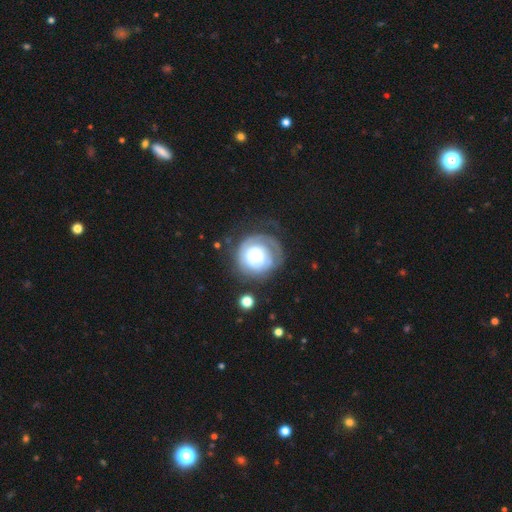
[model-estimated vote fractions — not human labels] This is likely a featured or disk galaxy (63%). It is clearly not viewed edge-on (98%). Bar: clearly no (81%). Spiral arm pattern: likely yes (75%). Central bulge: marginally large (42%). Merging: possibly none (58%).